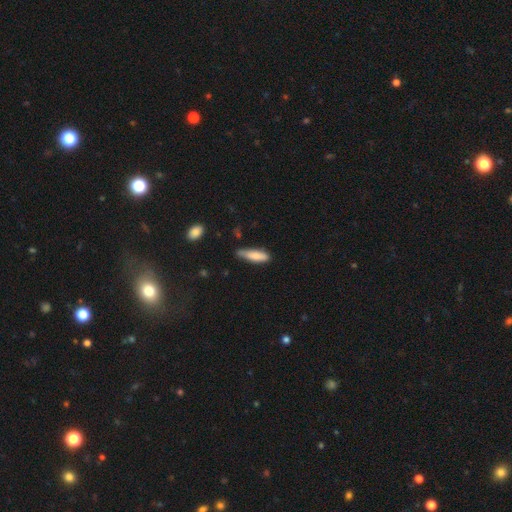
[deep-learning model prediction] This is likely a smooth galaxy (80%). How rounded: likely cigar-shaped (62%). Merging: likely none (63%).